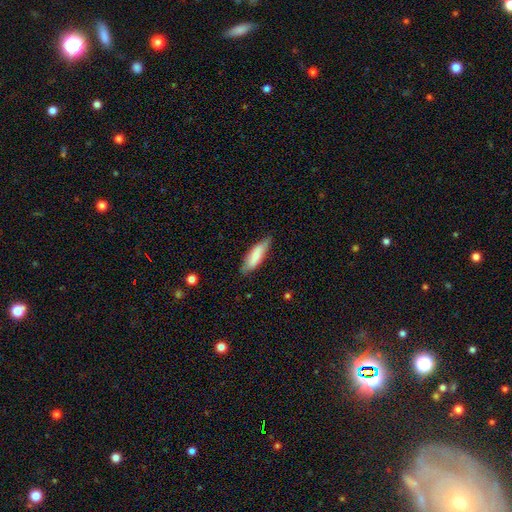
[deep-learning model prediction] A smooth galaxy with no disk features (79%) that is cigar-shaped (52%).

Vote fractions:
- Smooth or featured? smooth: 79% / featured or disk: 15% / star or artifact: 6%
- How rounded? cigar-shaped: 52% / in between: 47% / round: 2%
- Merging? none: 72% / minor disturbance: 22% / major disturbance: 4% / merger: 1%